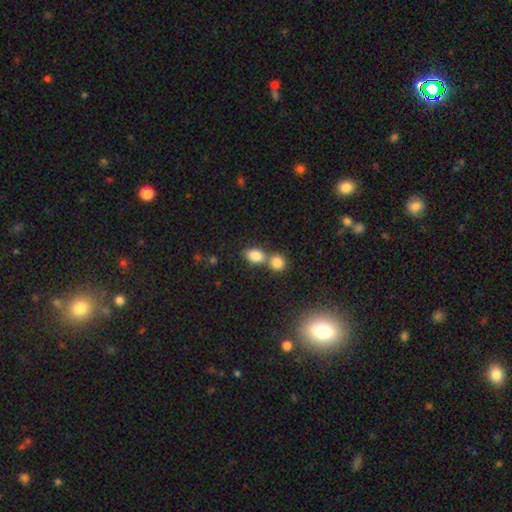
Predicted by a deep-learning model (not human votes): Q: Smooth or featured?
A: smooth (84%); runner-up: star or artifact (9%)
Q: How rounded?
A: in between (75%); runner-up: round (23%)
Q: Merging?
A: merger (48%); runner-up: none (41%)